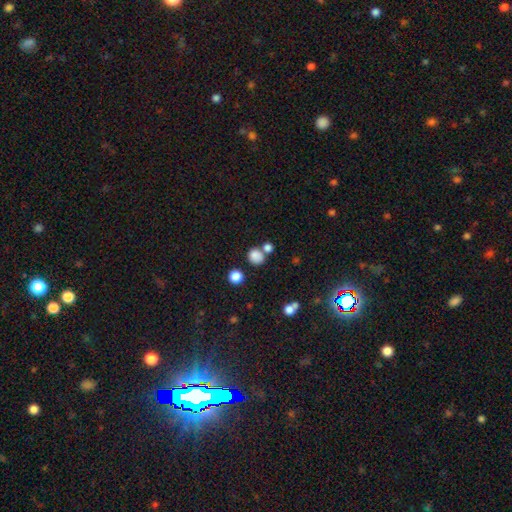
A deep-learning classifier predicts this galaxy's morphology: smooth_or_featured: smooth (p=0.82) [alt: star or artifact p=0.12]
how_rounded: round (p=0.81) [alt: in between p=0.18]
merging: none (p=0.60) [alt: merger p=0.25]